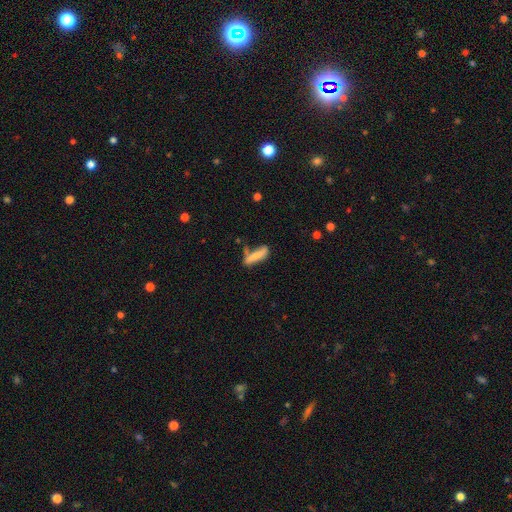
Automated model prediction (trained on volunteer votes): smooth-or-featured: smooth: 71% | featured or disk: 21% | star or artifact: 8%
  how-rounded: cigar-shaped: 67% | in between: 31% | round: 2%
  merging: none: 49% | minor disturbance: 26% | merger: 13% | major disturbance: 12%